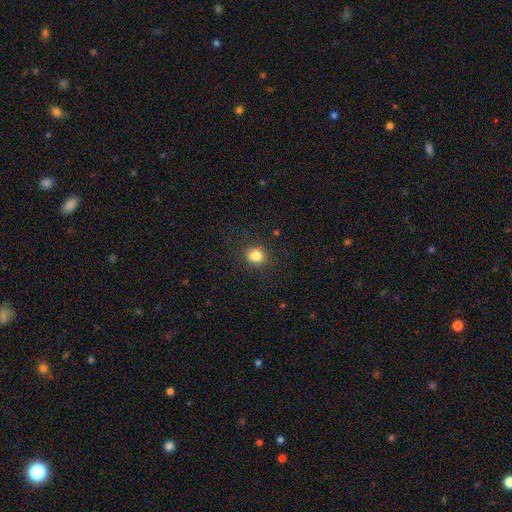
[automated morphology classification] smooth 82%, star or artifact 12%, featured or disk 5%. Down the decision tree: how rounded — round (84%); merging — none (87%).